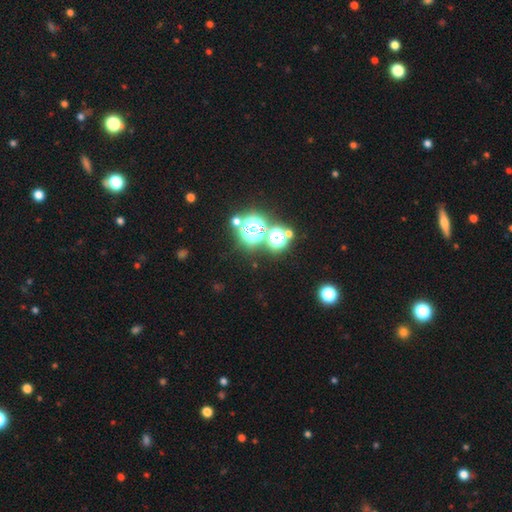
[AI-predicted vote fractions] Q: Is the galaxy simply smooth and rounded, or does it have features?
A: star or artifact — 77%.